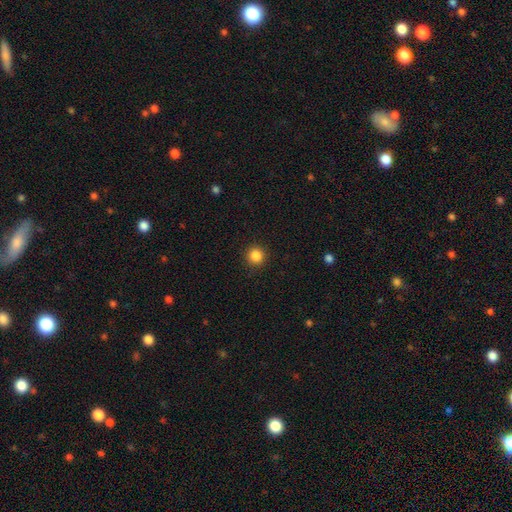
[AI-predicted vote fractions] Morphology: type=smooth (86%); roundness=round (94%); merging=none (92%).